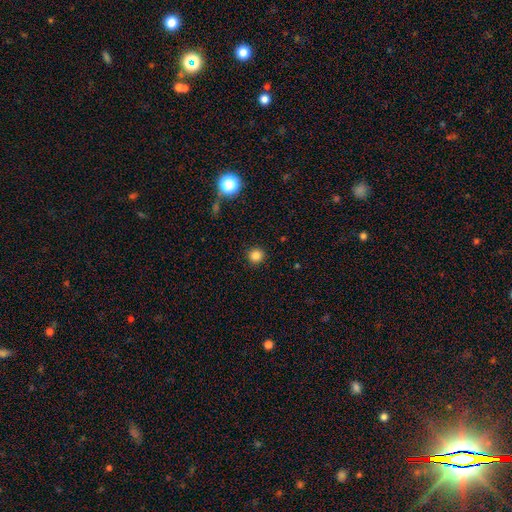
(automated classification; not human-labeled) Smooth or featured?
  - smooth: 84% *
  - star or artifact: 13%
  - featured or disk: 4%
How rounded?
  - round: 95% *
  - in between: 4%
  - cigar-shaped: 1%
Merging?
  - none: 92% *
  - minor disturbance: 5%
  - major disturbance: 2%
  - merger: 1%